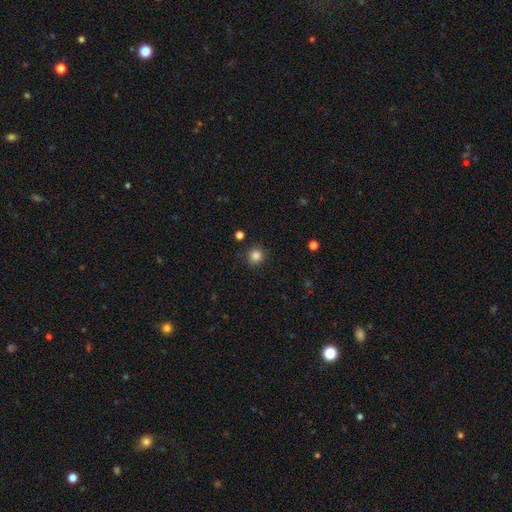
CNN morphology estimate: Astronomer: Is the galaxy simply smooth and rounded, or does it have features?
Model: smooth — 84%.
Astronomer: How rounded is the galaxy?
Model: round — 92%.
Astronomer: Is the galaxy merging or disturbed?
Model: none — 88%.